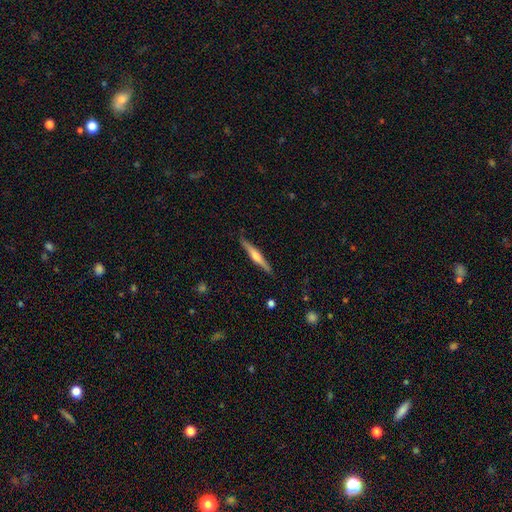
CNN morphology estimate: Smooth or featured? featured or disk (67%)
Edge-on disk? yes (98%)
Edge-on bulge? rounded (79%)
Merging? none (89%)